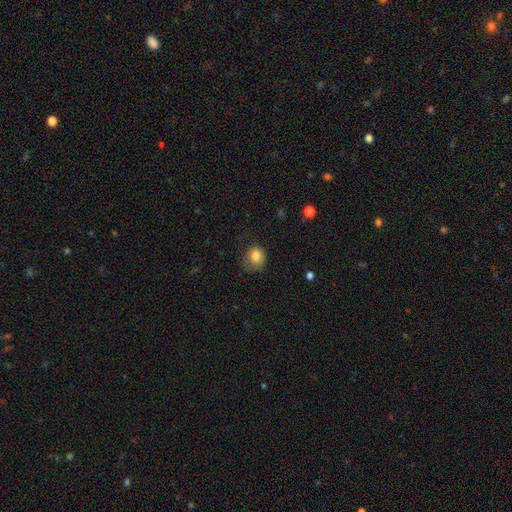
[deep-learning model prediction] smooth-or-featured: smooth: 82% | star or artifact: 10% | featured or disk: 8%
  how-rounded: round: 62% | in between: 38% | cigar-shaped: 1%
  merging: none: 54% | minor disturbance: 29% | major disturbance: 16% | merger: 1%